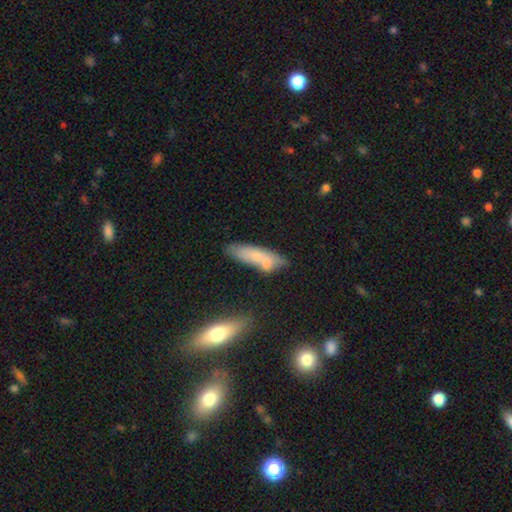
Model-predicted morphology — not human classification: Overall: smooth (66%; featured or disk 26%). How rounded: cigar-shaped (60%; in between 38%). Merging: none (57%; merger 20%).